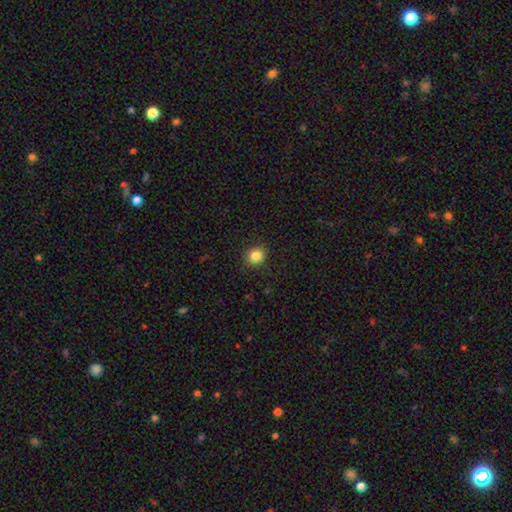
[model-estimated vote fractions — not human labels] Overall: smooth (85%). How rounded: round (80%). Merging: none (89%).